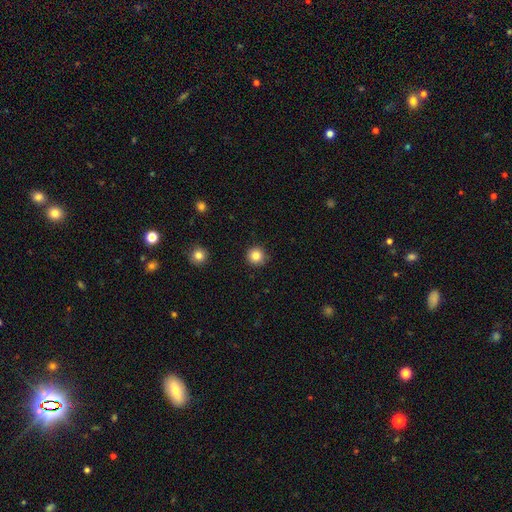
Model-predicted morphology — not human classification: This appears to be a smooth galaxy with no disk features (83%) that is round (95%). Merging: none (90%).